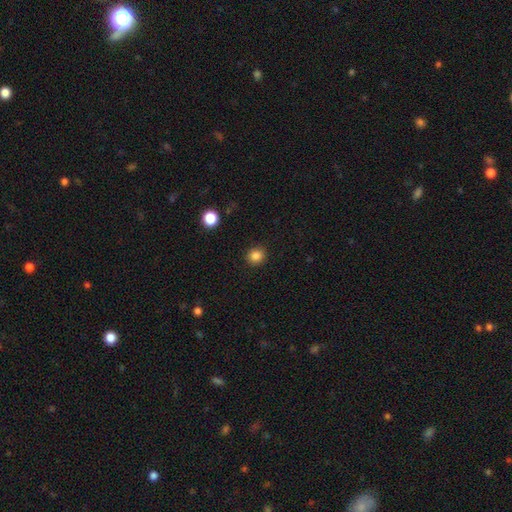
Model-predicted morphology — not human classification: smooth_or_featured: smooth (p=0.85) [alt: star or artifact p=0.12]
how_rounded: round (p=0.84) [alt: in between p=0.15]
merging: none (p=0.90) [alt: minor disturbance p=0.06]